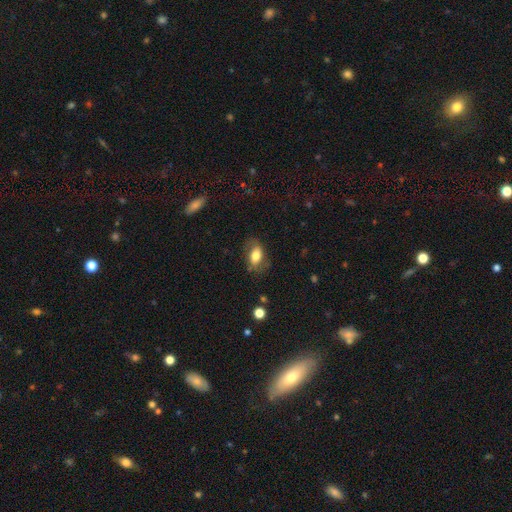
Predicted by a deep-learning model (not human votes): Smooth or featured: smooth — 67% (featured or disk — 25%)
How rounded: in between — 88% (round — 9%)
Merging: none — 65% (minor disturbance — 22%)